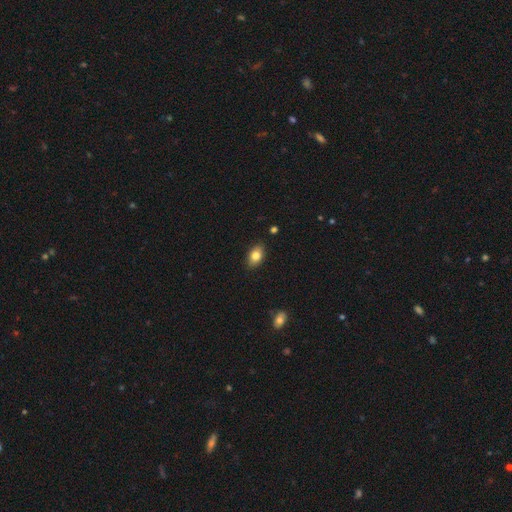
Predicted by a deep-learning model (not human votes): Smooth or featured? smooth (81%)
How rounded? in between (88%)
Merging? none (86%)